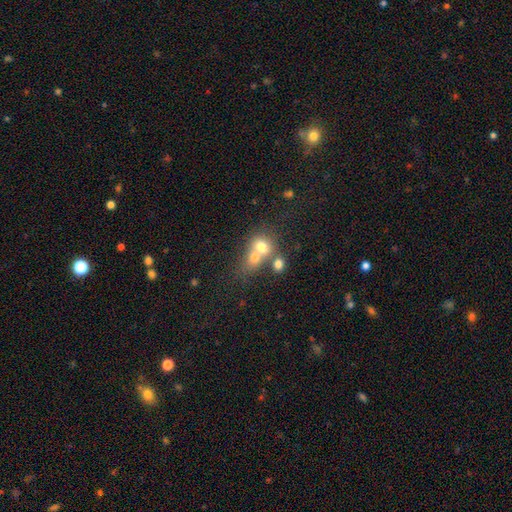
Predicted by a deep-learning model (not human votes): smooth-or-featured: smooth: 63% | featured or disk: 21% | star or artifact: 16%
  how-rounded: round: 67% | in between: 32% | cigar-shaped: 2%
  merging: merger: 62% | none: 26% | minor disturbance: 7% | major disturbance: 5%